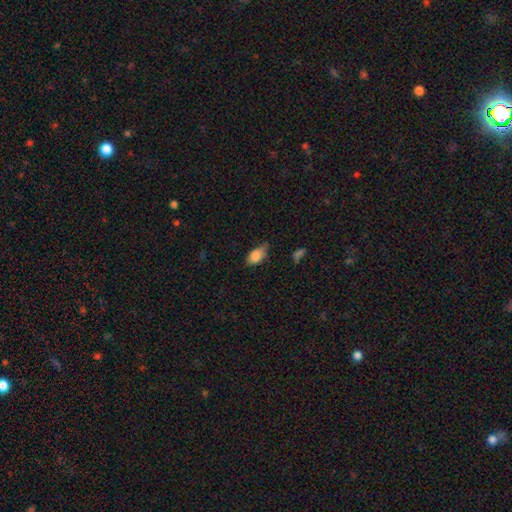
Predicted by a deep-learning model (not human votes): Smooth or featured? smooth (83%)
How rounded? in between (89%)
Merging? none (48%)